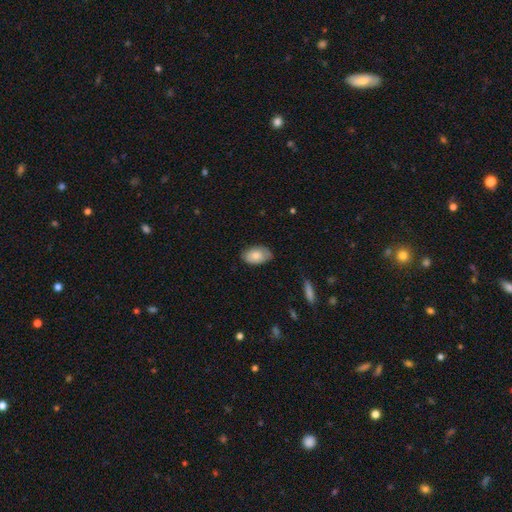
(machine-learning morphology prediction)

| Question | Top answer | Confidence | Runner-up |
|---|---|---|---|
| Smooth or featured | smooth | 77% | featured or disk (17%) |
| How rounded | in between | 92% | round (6%) |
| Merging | none | 71% | minor disturbance (24%) |